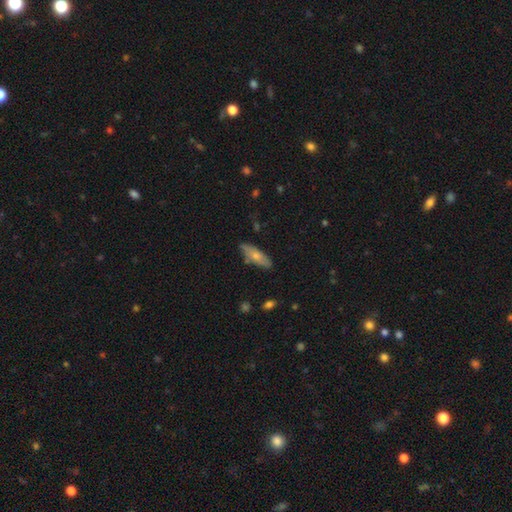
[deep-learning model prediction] smooth 66%, featured or disk 28%, star or artifact 6%. Down the decision tree: how rounded — in between (55%); merging — none (79%).